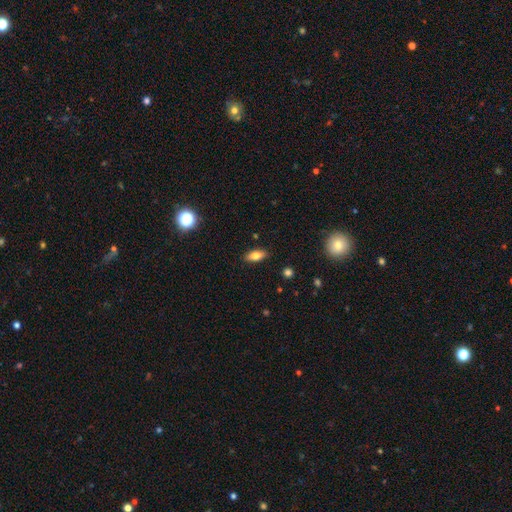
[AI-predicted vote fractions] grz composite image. It shows a smooth galaxy with no disk features (73%) that is in between round and cigar-shaped (80%). Merging: none (88%).